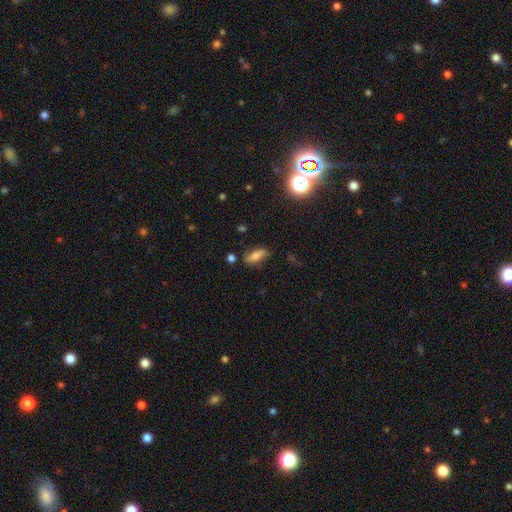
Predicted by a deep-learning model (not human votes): A smooth galaxy with no disk features (63%) that is in between round and cigar-shaped (64%). Merging: none (75%).